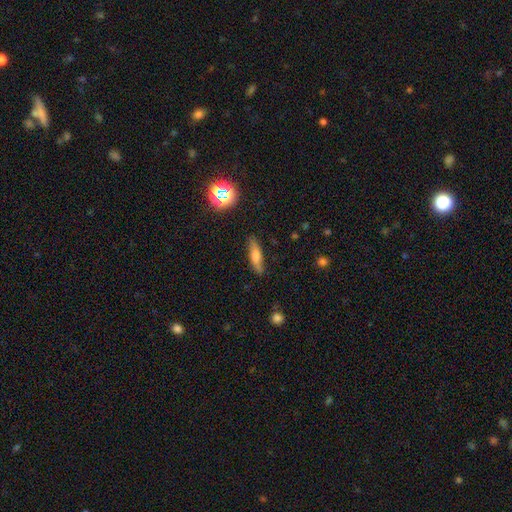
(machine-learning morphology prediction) This is possibly a smooth galaxy (59%). How rounded: likely cigar-shaped (69%). Merging: likely none (79%).